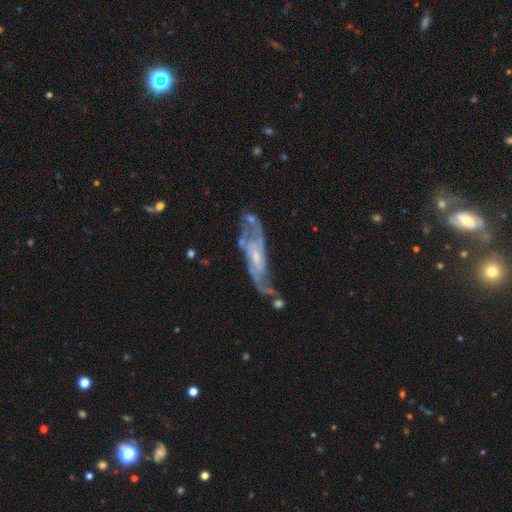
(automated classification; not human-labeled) smooth_or_featured: featured or disk (p=0.83) [alt: smooth p=0.10]
disk_edge_on: no (p=0.83) [alt: yes p=0.17]
bar: no (p=0.53) [alt: weak p=0.35]
has_spiral_arms: yes (p=0.92) [alt: no p=0.08]
spiral_winding: medium (p=0.44) [alt: loose p=0.32]
spiral_arm_count: 2 (p=0.68) [alt: can't tell p=0.17]
bulge_size: small (p=0.65) [alt: moderate p=0.24]
merging: none (p=0.53) [alt: minor disturbance p=0.21]